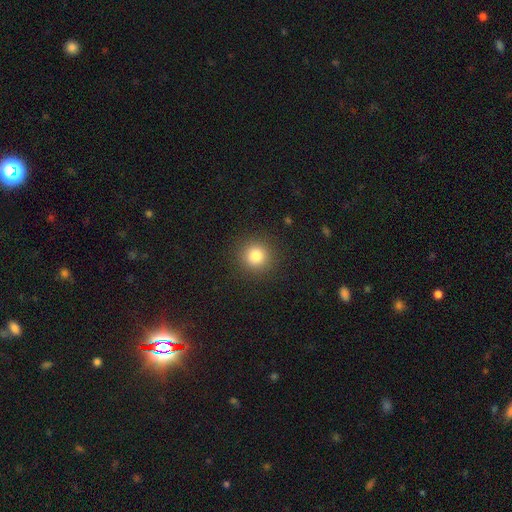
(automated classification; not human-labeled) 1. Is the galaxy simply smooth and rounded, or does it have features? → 83% smooth, 12% star or artifact, 6% featured or disk.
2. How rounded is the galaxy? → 94% round, 5% in between, 1% cigar-shaped.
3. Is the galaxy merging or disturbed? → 91% none, 6% minor disturbance, 2% major disturbance, 1% merger.